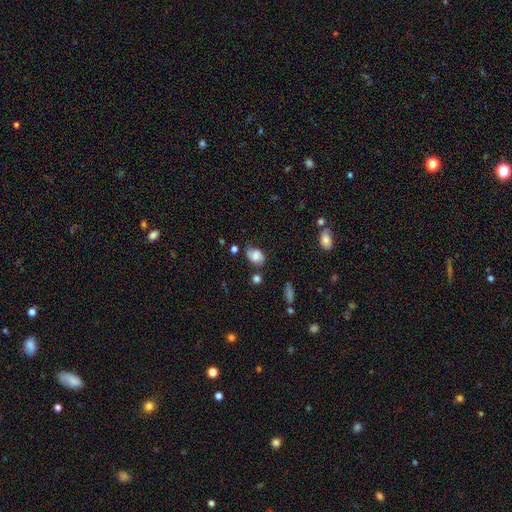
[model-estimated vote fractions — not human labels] A smooth galaxy with no disk features (69%) that is in between round and cigar-shaped (77%). Merging: none (57%).